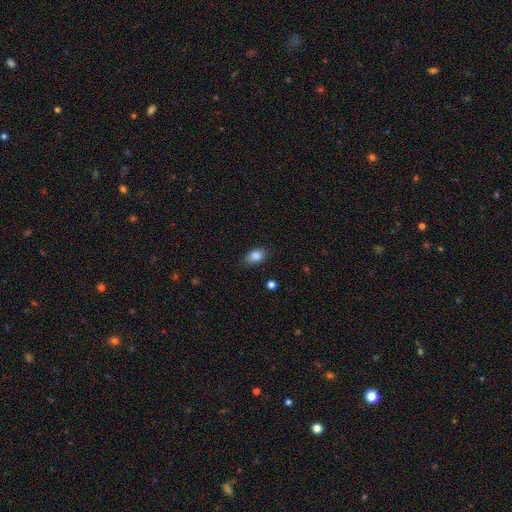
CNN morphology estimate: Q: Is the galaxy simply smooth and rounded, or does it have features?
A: smooth — 86%.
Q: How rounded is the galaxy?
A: in between — 81%.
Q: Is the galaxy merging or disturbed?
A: none — 78%.